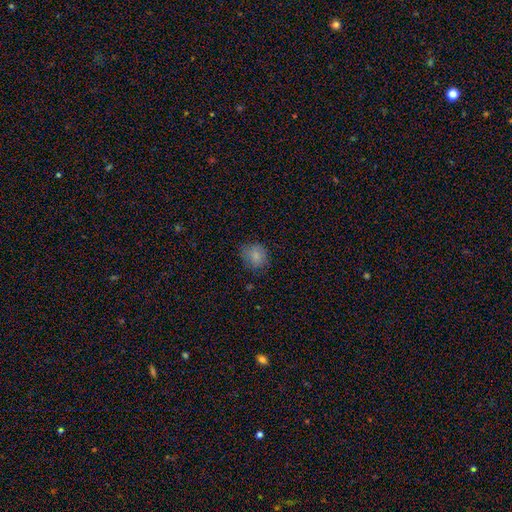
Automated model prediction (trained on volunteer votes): This appears to be a smooth galaxy with no disk features (82%) that is round (74%). Merging: none (74%).